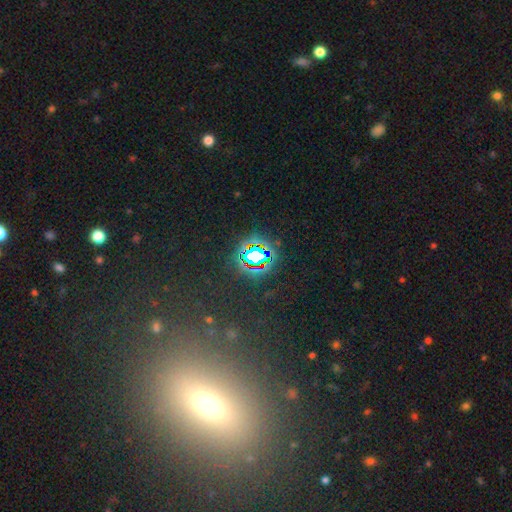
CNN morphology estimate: Smooth or featured? star or artifact (75%)